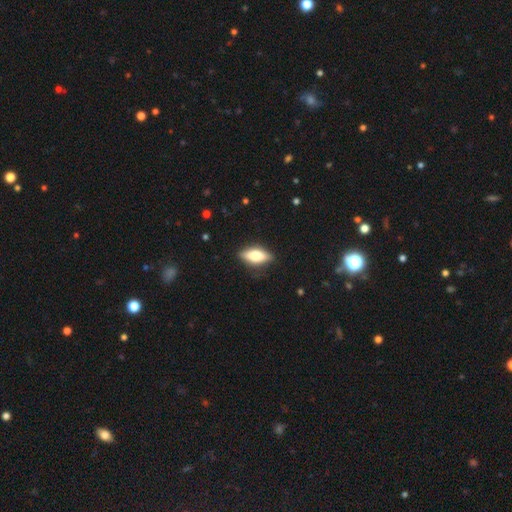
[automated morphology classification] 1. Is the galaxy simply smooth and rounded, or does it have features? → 60% smooth, 34% featured or disk, 7% star or artifact.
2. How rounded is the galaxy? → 74% in between, 22% cigar-shaped, 3% round.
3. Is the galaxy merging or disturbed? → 85% none, 12% minor disturbance, 3% major disturbance, 1% merger.